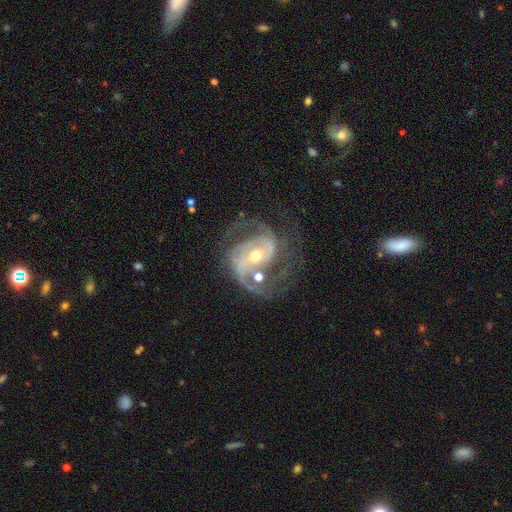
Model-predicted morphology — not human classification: The model was most divided on "bar": weak: 39%, no: 35%, strong: 26%. More confident: edge-on disk — no (98%); spiral arms — yes (97%); smooth or featured — featured or disk (90%); spiral arm count — 2 (58%); bulge size — moderate (56%); merging — none (55%); spiral winding — medium (51%).